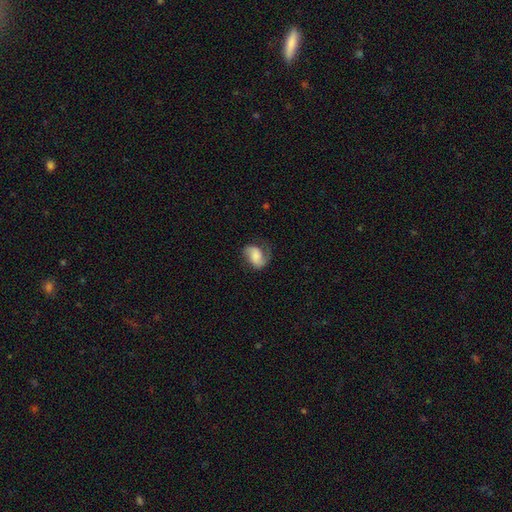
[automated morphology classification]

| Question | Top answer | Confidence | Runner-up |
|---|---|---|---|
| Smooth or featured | featured or disk | 59% | smooth (33%) |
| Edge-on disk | no | 97% | yes (3%) |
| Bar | no | 53% | weak (34%) |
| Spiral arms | yes | 92% | no (8%) |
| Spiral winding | medium | 43% | loose (37%) |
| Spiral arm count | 2 | 75% | 1 (17%) |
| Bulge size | moderate | 27% | large (24%) |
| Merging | none | 58% | minor disturbance (24%) |